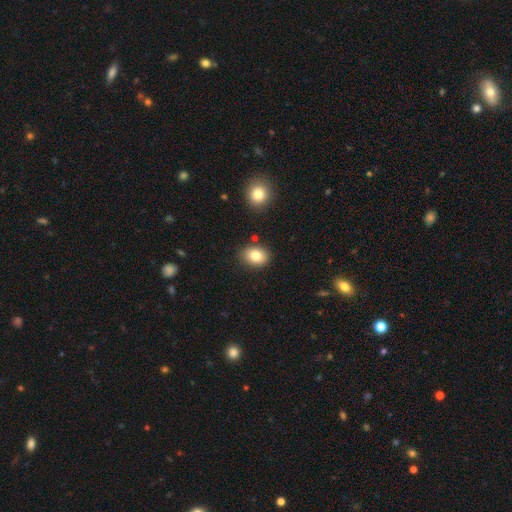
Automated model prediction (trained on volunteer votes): Smooth or featured?
  - smooth: 83% *
  - star or artifact: 9%
  - featured or disk: 8%
How rounded?
  - in between: 63% *
  - round: 36%
  - cigar-shaped: 1%
Merging?
  - none: 83% *
  - minor disturbance: 10%
  - merger: 4%
  - major disturbance: 3%